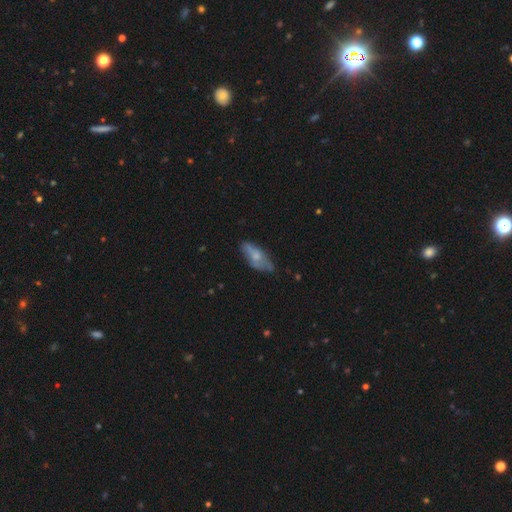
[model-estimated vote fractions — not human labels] Q: Smooth or featured?
A: smooth (55%); runner-up: featured or disk (38%)
Q: How rounded?
A: in between (77%); runner-up: cigar-shaped (20%)
Q: Merging?
A: none (58%); runner-up: minor disturbance (30%)